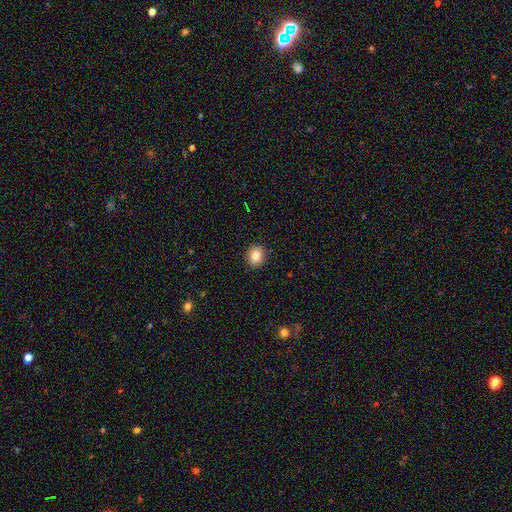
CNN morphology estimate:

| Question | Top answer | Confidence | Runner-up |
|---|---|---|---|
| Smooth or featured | smooth | 86% | star or artifact (10%) |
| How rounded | round | 74% | in between (25%) |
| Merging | none | 91% | minor disturbance (6%) |